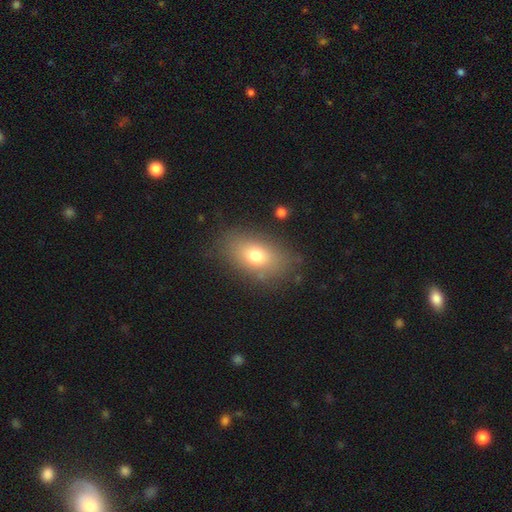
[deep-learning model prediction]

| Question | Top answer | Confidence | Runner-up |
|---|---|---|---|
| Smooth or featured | smooth | 74% | featured or disk (16%) |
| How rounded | in between | 85% | round (12%) |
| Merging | none | 81% | minor disturbance (12%) |